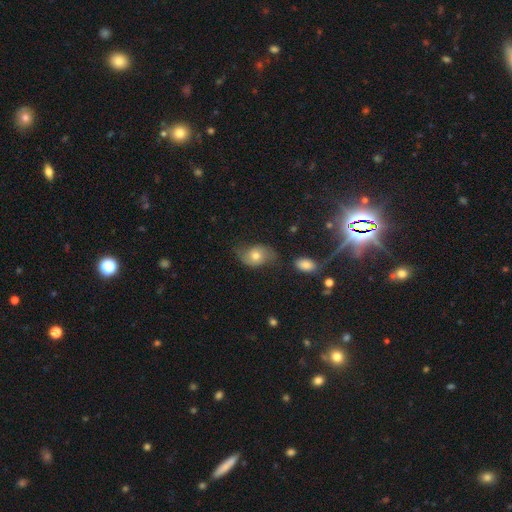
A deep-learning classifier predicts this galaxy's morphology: type=smooth (51%); roundness=in between (75%); merging=none (57%).